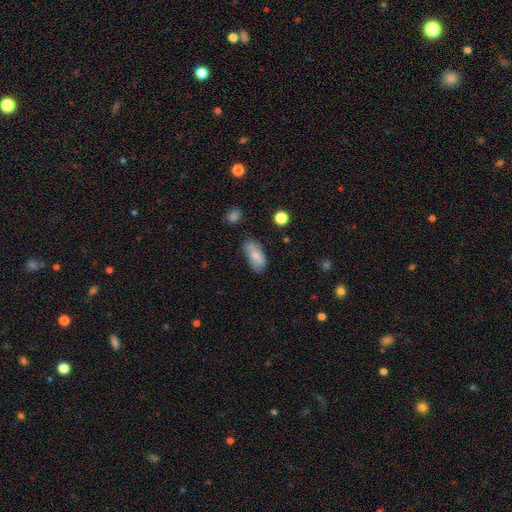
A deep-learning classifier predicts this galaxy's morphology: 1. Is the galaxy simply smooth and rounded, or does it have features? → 77% smooth, 16% featured or disk, 7% star or artifact.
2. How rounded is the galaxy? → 88% in between, 10% cigar-shaped, 3% round.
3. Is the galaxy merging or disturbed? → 69% none, 23% minor disturbance, 5% major disturbance, 3% merger.